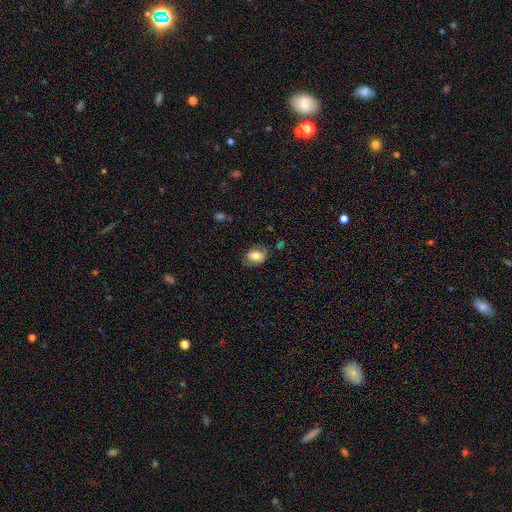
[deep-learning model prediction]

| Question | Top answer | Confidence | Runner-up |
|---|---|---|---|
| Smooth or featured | smooth | 70% | featured or disk (21%) |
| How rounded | in between | 81% | round (17%) |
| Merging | none | 72% | minor disturbance (20%) |